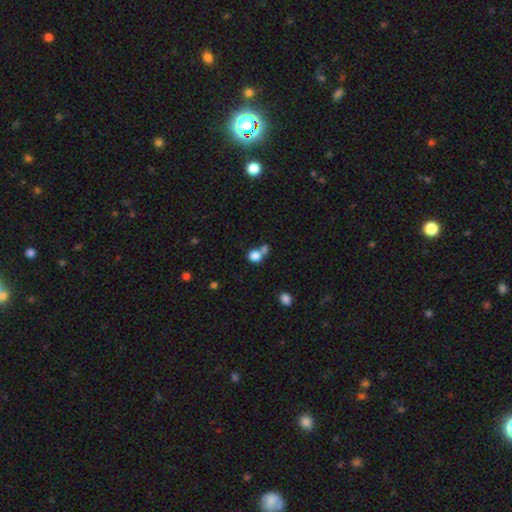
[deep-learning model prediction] A smooth galaxy with no disk features (81%) that is round (69%).

Vote fractions:
- Smooth or featured? smooth: 81% / star or artifact: 11% / featured or disk: 7%
- How rounded? round: 69% / in between: 30% / cigar-shaped: 1%
- Merging? merger: 46% / none: 42% / minor disturbance: 8% / major disturbance: 4%